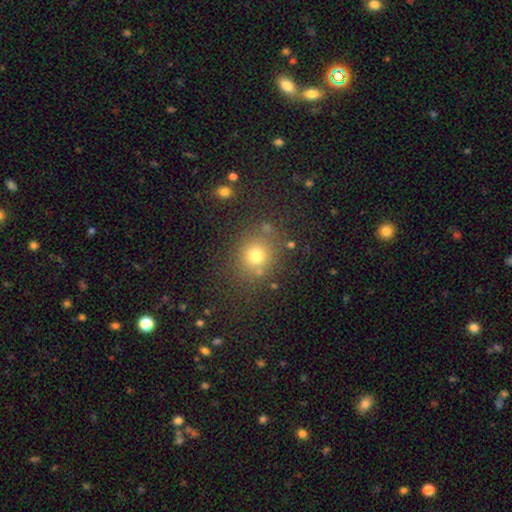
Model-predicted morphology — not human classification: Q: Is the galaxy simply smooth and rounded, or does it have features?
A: smooth — 74%.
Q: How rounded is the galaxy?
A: round — 83%.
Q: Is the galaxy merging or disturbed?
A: none — 77%.